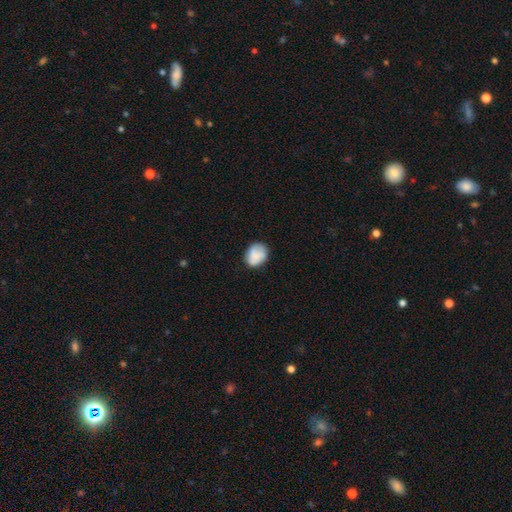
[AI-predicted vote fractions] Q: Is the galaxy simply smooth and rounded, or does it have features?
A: smooth — 71%.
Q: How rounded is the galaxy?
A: round — 55%.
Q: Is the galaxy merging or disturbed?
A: none — 71%.